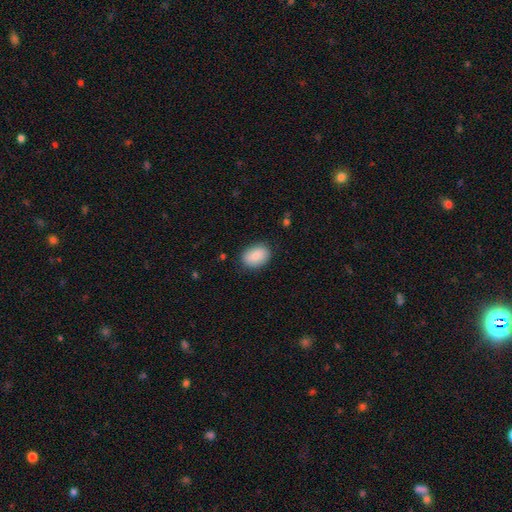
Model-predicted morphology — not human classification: Smooth or featured? Predicted: smooth (p=0.86). How rounded? Predicted: in between (p=0.80). Merging? Predicted: none (p=0.84).